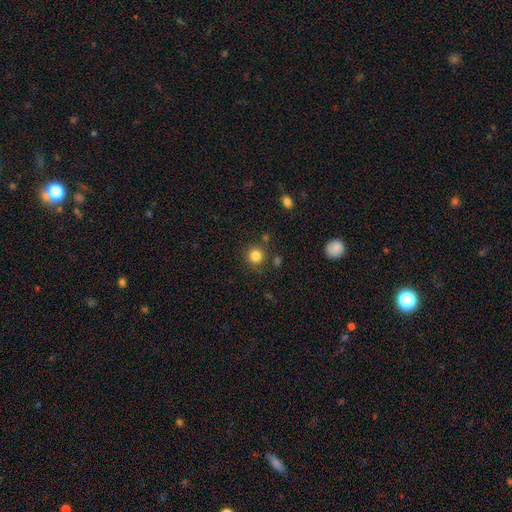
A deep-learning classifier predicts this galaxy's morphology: Smooth or featured? smooth (84%)
How rounded? round (91%)
Merging? none (84%)